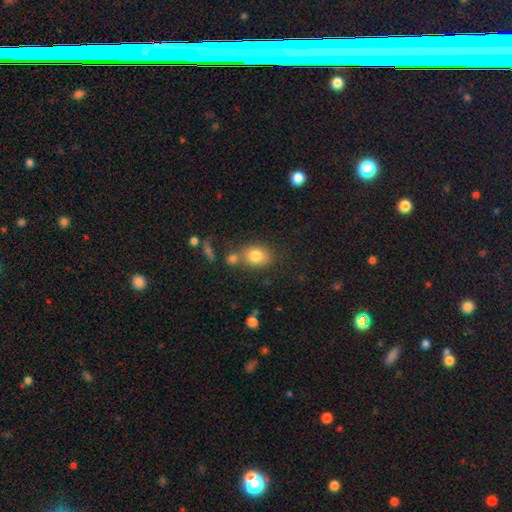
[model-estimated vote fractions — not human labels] Smooth or featured? Predicted: smooth (p=0.81). How rounded? Predicted: in between (p=0.58). Merging? Predicted: none (p=0.60).